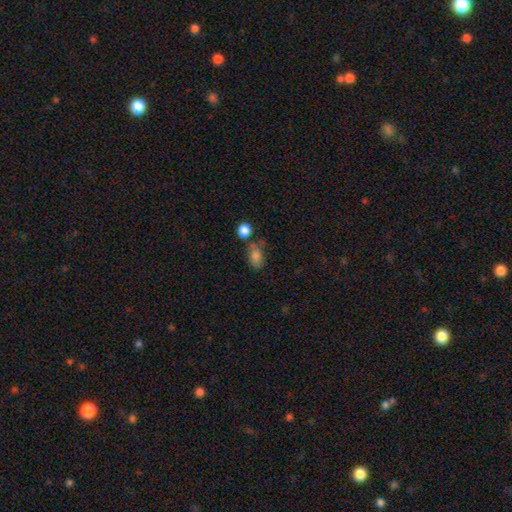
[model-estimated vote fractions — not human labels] The model was most divided on "merging": none: 47%, minor disturbance: 23%, merger: 19%, major disturbance: 10%. More confident: smooth or featured — smooth (80%); how rounded — in between (75%).